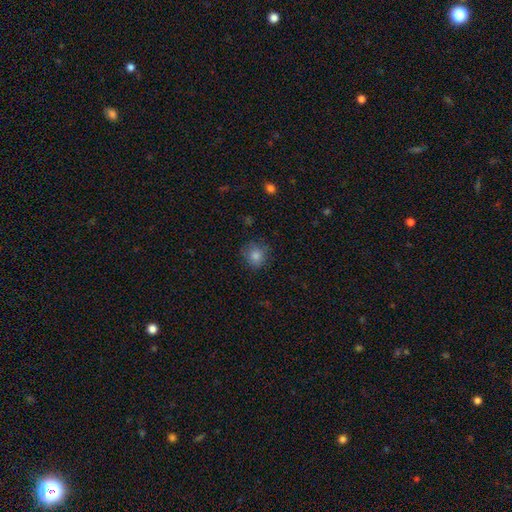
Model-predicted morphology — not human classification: smooth 81%, star or artifact 12%, featured or disk 7%. Down the decision tree: how rounded — round (87%); merging — none (80%).